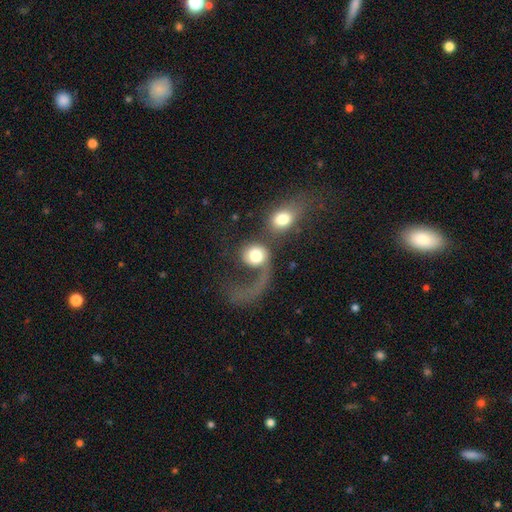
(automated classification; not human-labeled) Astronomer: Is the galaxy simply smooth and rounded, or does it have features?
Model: smooth — 51% (runner-up: featured or disk, 40%).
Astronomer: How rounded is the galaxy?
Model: round — 75%.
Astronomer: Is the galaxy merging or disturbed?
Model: merger — 38% (runner-up: major disturbance, 37%).